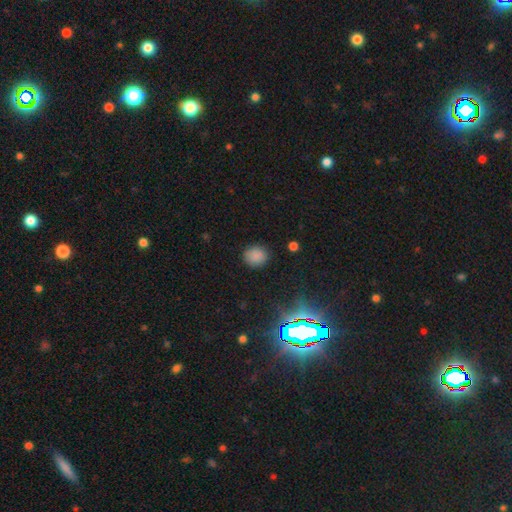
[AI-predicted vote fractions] Smooth or featured? smooth (82%)
How rounded? round (80%)
Merging? none (86%)